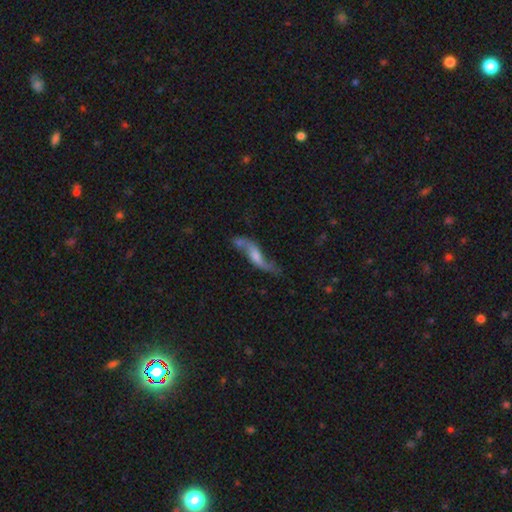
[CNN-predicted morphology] Overall: featured or disk (65%; smooth 28%). Edge-on disk: no (75%). Merging: none (45%; minor disturbance 24%).